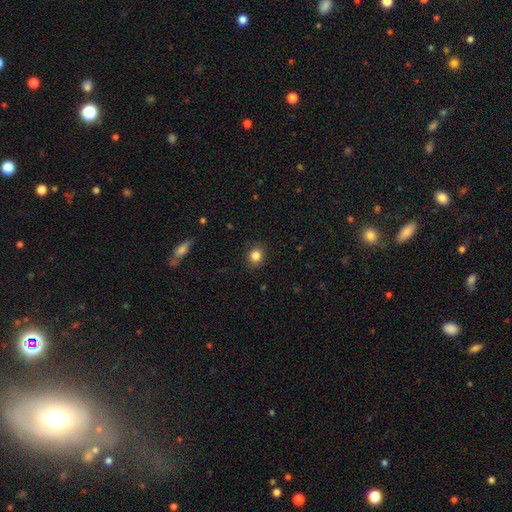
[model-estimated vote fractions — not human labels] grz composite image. It shows a smooth galaxy with no disk features (84%) that is round (75%). Merging: none (88%).